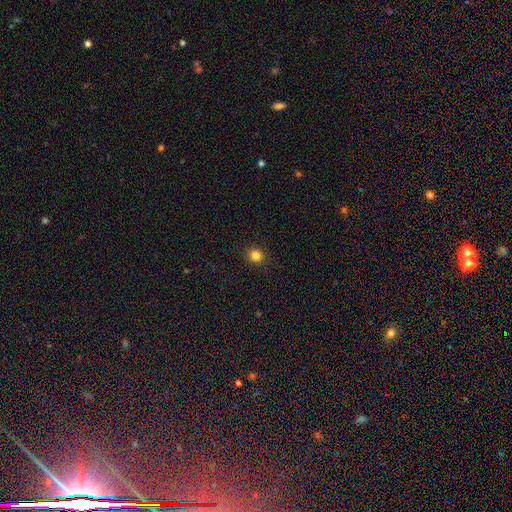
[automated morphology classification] Overall: smooth (83%). How rounded: round (83%). Merging: none (91%).